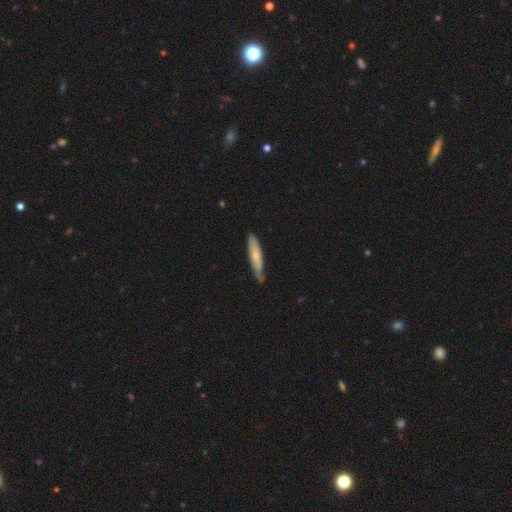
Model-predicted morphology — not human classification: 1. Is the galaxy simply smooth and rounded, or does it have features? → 58% smooth, 37% featured or disk, 5% star or artifact.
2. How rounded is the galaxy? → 86% cigar-shaped, 12% in between, 1% round.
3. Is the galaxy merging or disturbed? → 68% none, 26% minor disturbance, 4% major disturbance, 2% merger.